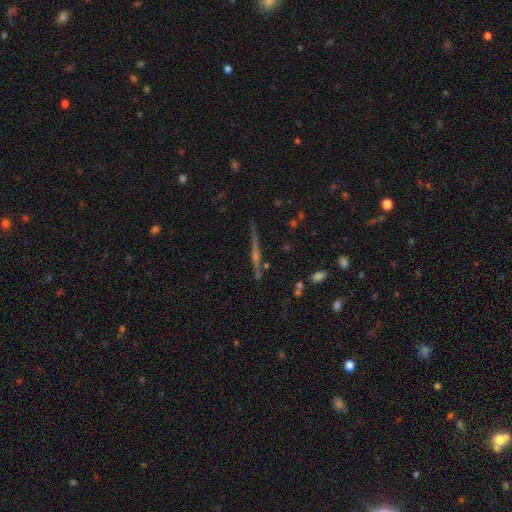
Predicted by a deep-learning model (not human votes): featured or disk 73%, smooth 15%, star or artifact 12%. Down the decision tree: edge-on disk — yes (97%); edge-on bulge — rounded (66%); merging — none (87%).